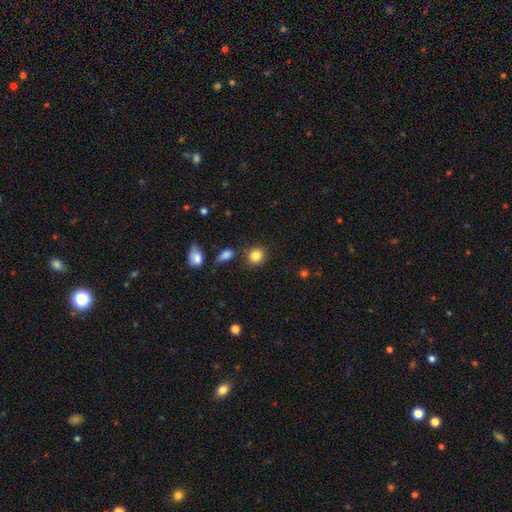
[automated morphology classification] Overall: smooth (84%). How rounded: round (79%). Merging: none (80%).